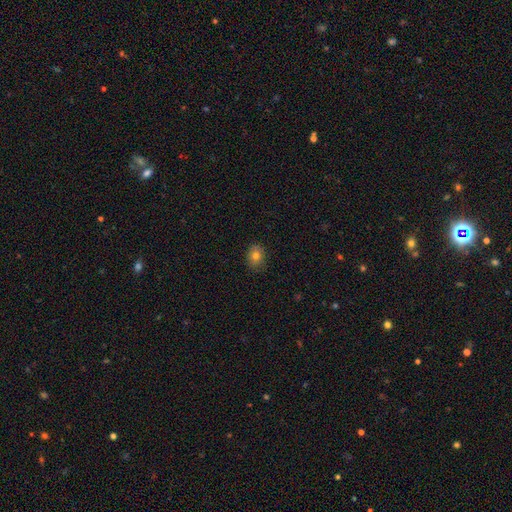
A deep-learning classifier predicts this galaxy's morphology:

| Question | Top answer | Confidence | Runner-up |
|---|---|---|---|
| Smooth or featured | smooth | 78% | star or artifact (12%) |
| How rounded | round | 50% | in between (49%) |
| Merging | none | 85% | minor disturbance (11%) |